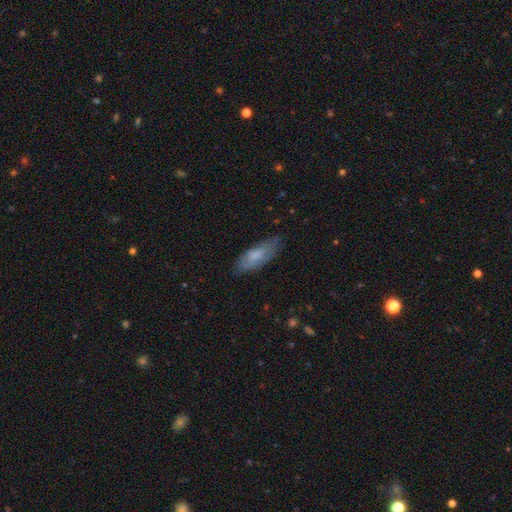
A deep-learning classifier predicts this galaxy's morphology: Overall: smooth (71%). How rounded: in between (67%; cigar-shaped 32%). Merging: none (70%).